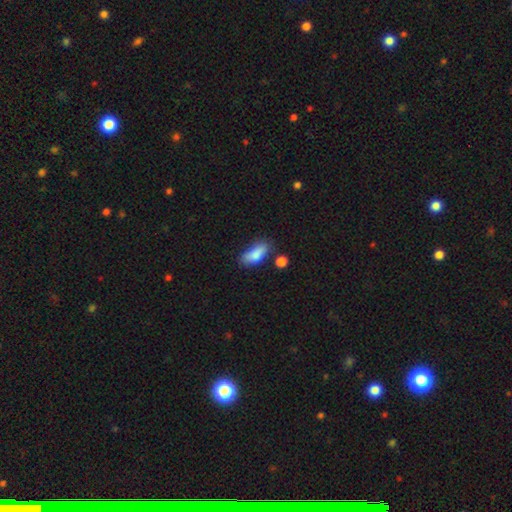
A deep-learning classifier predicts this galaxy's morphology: A smooth galaxy with no disk features (82%) that is in between round and cigar-shaped (76%). Merging: none (61%).